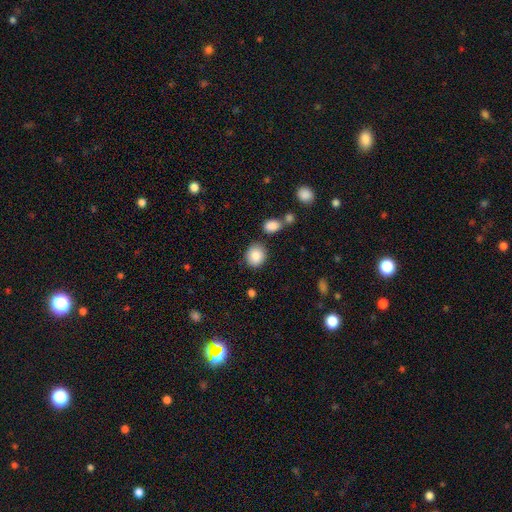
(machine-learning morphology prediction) type=smooth (88%); roundness=round (68%); merging=none (80%).